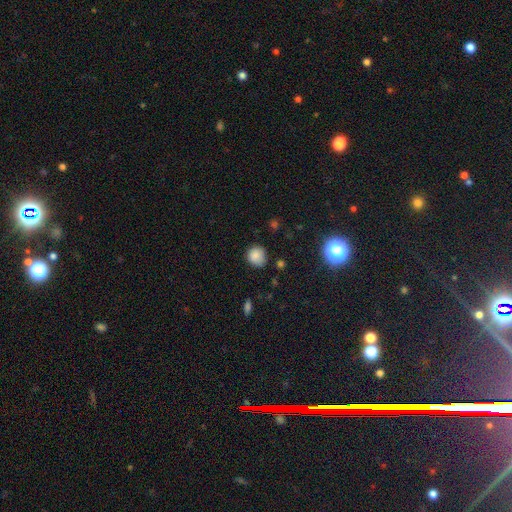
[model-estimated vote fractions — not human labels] A smooth galaxy with no disk features (84%) that is round (82%).

Vote fractions:
- Smooth or featured? smooth: 84% / star or artifact: 11% / featured or disk: 5%
- How rounded? round: 82% / in between: 17% / cigar-shaped: 1%
- Merging? none: 71% / minor disturbance: 23% / major disturbance: 4% / merger: 2%